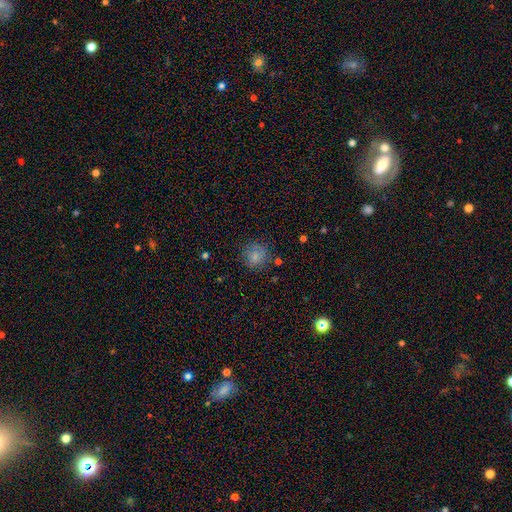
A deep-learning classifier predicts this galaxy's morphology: Smooth or featured?
  - smooth: 78% *
  - star or artifact: 12%
  - featured or disk: 10%
How rounded?
  - round: 88% *
  - in between: 11%
  - cigar-shaped: 1%
Merging?
  - none: 77% *
  - minor disturbance: 15%
  - major disturbance: 5%
  - merger: 3%